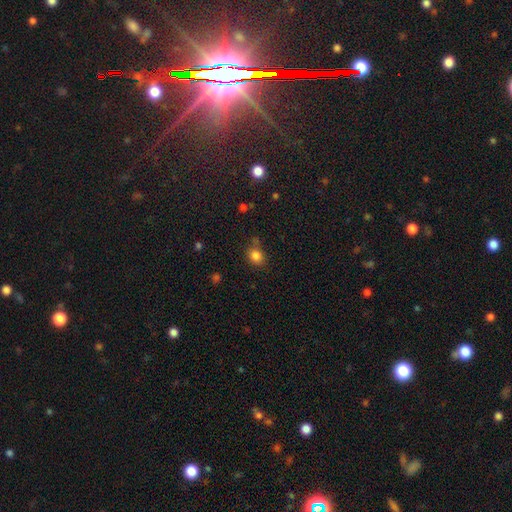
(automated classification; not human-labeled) This is clearly a smooth galaxy (83%). How rounded: likely round (62%). Merging: likely none (72%).